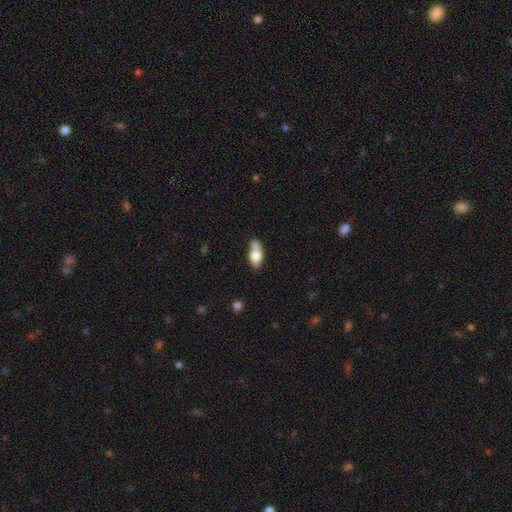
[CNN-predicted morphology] The model was most divided on "merging": none: 47%, minor disturbance: 26%, merger: 19%, major disturbance: 8%. More confident: how rounded — in between (80%); smooth or featured — smooth (72%).